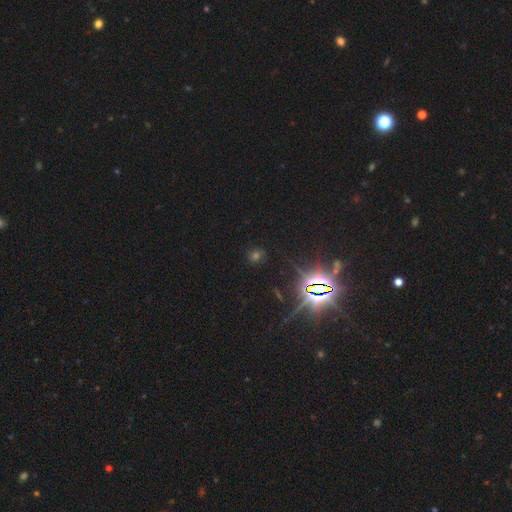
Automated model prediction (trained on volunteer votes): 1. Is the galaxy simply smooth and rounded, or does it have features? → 61% star or artifact, 29% smooth, 10% featured or disk.